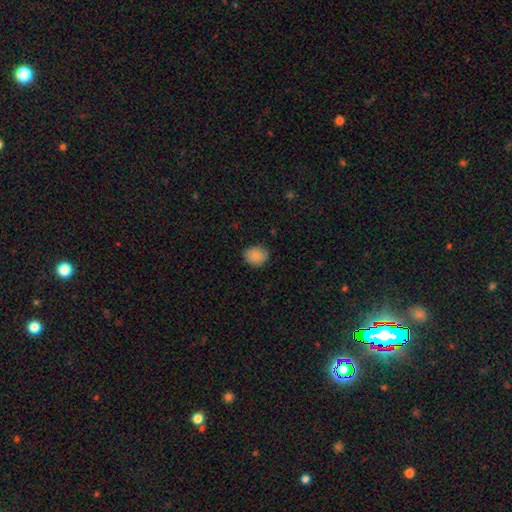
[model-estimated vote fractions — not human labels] Smooth or featured?
  - smooth: 88% *
  - star or artifact: 8%
  - featured or disk: 4%
How rounded?
  - round: 68% *
  - in between: 31%
  - cigar-shaped: 1%
Merging?
  - none: 79% *
  - minor disturbance: 17%
  - major disturbance: 3%
  - merger: 1%